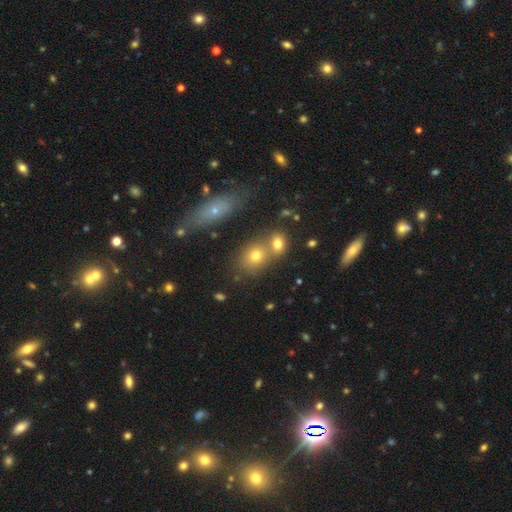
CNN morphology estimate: smooth 70%, star or artifact 15%, featured or disk 14%. Down the decision tree: how rounded — round (53%); merging — none (46%).